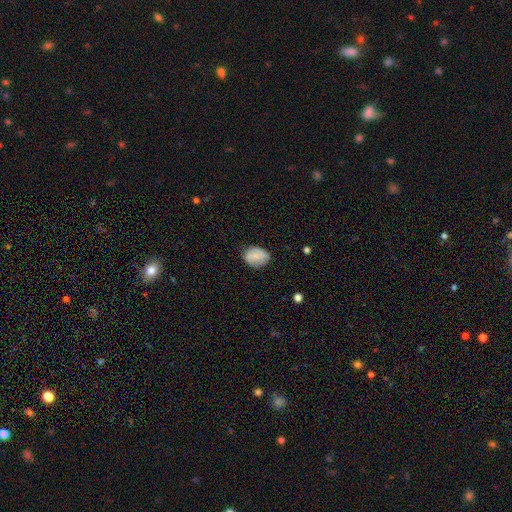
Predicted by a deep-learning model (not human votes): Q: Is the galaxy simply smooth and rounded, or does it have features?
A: smooth — 62%.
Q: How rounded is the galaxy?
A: in between — 70%.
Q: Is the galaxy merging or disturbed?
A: none — 75%.